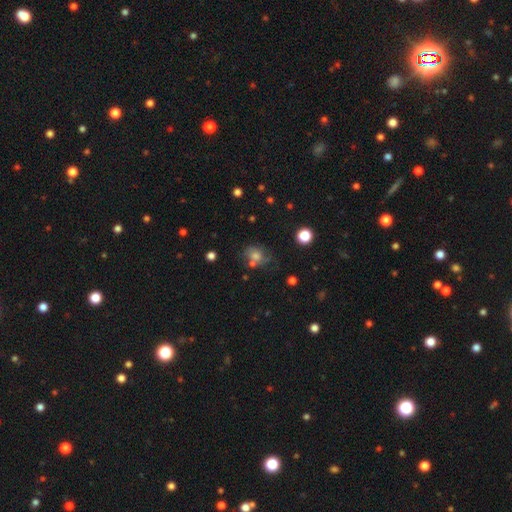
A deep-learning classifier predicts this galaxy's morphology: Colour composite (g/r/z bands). It shows a smooth galaxy with no disk features (60%) that is round (57%). Merging: none (51%).